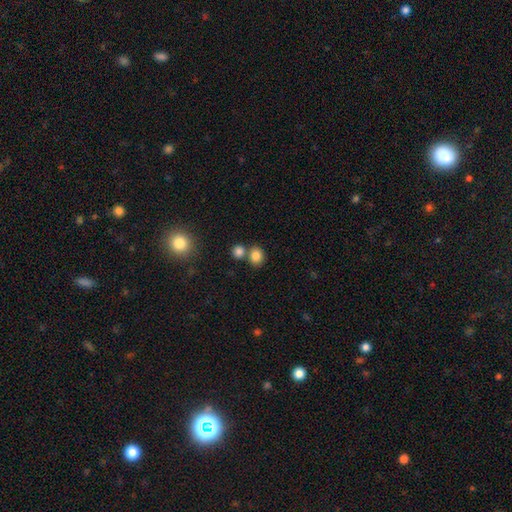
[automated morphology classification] Smooth or featured? Predicted: smooth (p=0.83). How rounded? Predicted: round (p=0.73). Merging? Predicted: none (p=0.63).